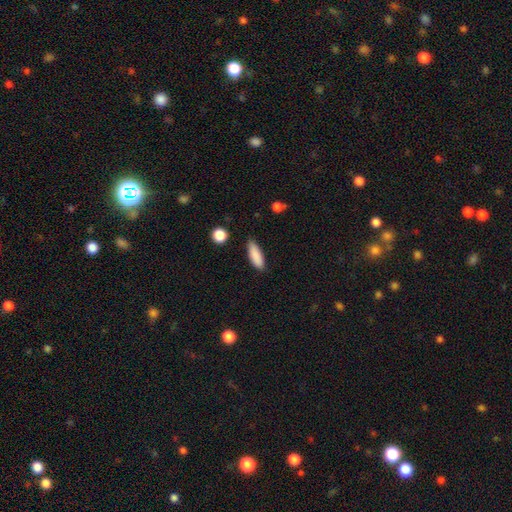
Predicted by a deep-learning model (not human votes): Q: Smooth or featured?
A: smooth (88%); runner-up: star or artifact (7%)
Q: How rounded?
A: in between (59%); runner-up: cigar-shaped (39%)
Q: Merging?
A: none (81%); runner-up: minor disturbance (15%)